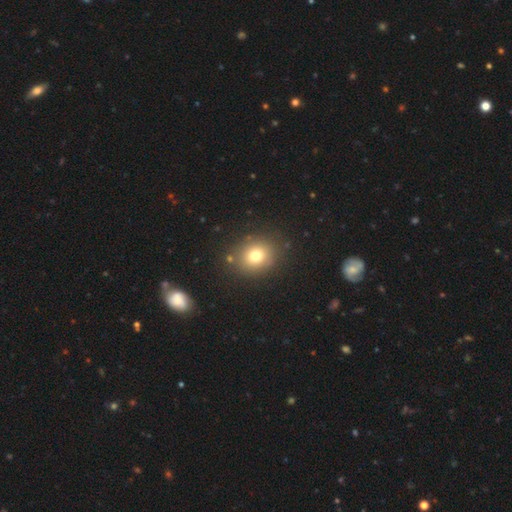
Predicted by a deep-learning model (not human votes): The model was most divided on "how rounded": round: 76%, in between: 23%, cigar-shaped: 1%. More confident: merging — none (85%); smooth or featured — smooth (74%).